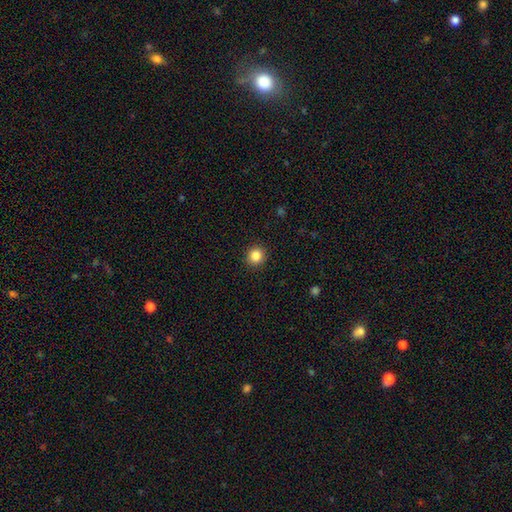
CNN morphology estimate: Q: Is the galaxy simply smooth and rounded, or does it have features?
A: smooth — 85%.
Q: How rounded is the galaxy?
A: round — 89%.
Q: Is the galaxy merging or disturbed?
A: none — 92%.